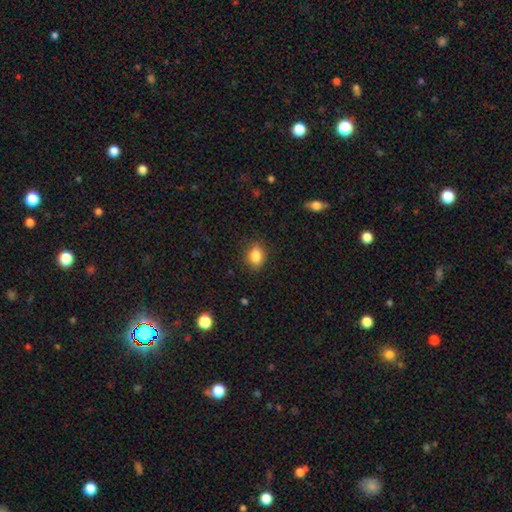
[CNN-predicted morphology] This appears to be a smooth galaxy with no disk features (85%) that is in between round and cigar-shaped (65%). Merging: none (85%).